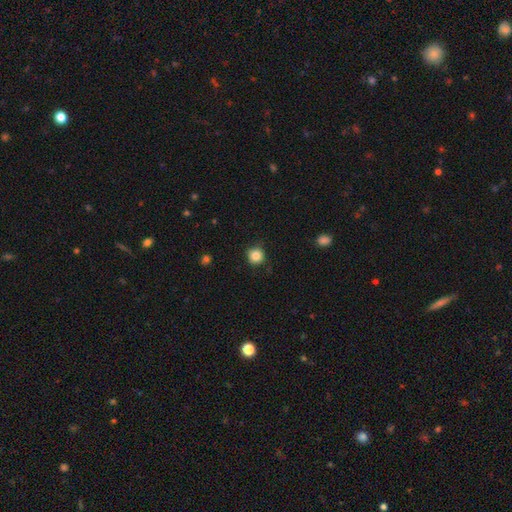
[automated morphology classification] smooth 85%, star or artifact 11%, featured or disk 4%. Down the decision tree: how rounded — round (93%); merging — none (86%).